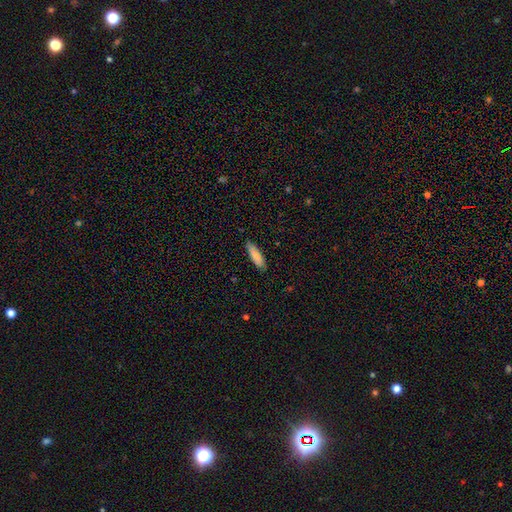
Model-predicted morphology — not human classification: smooth 85%, featured or disk 9%, star or artifact 6%. Down the decision tree: how rounded — cigar-shaped (58%); merging — none (85%).